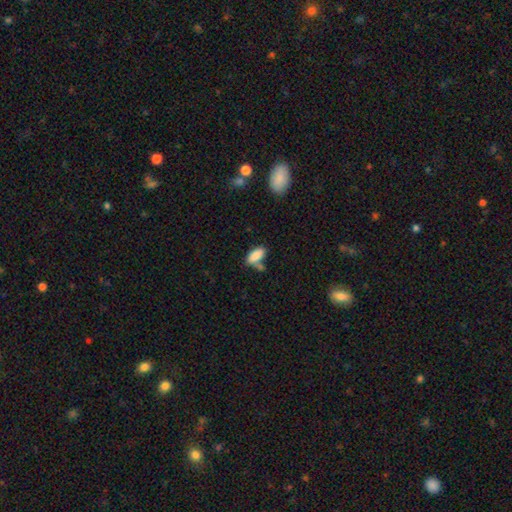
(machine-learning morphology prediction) Overall: smooth (85%). How rounded: in between (88%). Merging: none (50%; merger 25%).